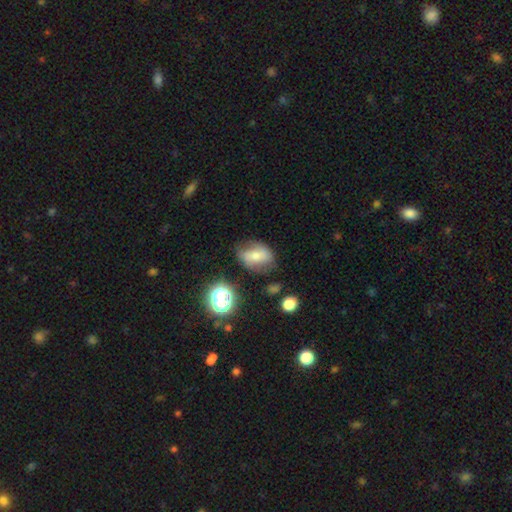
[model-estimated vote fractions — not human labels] Q: Smooth or featured?
A: smooth (50%); runner-up: featured or disk (37%)
Q: Merging?
A: none (58%); runner-up: minor disturbance (28%)